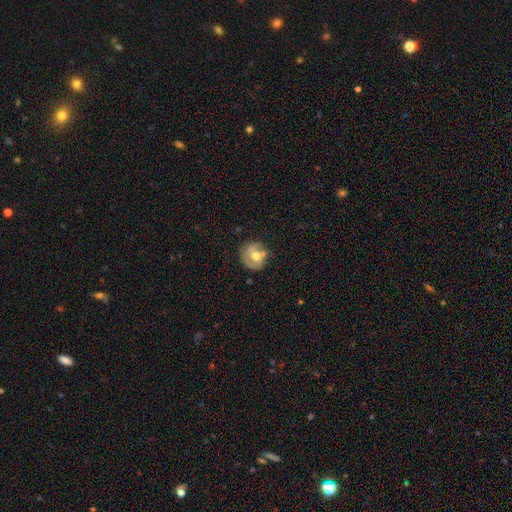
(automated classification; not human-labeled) smooth-or-featured: smooth: 53% | featured or disk: 39% | star or artifact: 8%
  how-rounded: round: 83% | in between: 16% | cigar-shaped: 1%
  merging: none: 62% | minor disturbance: 22% | merger: 9% | major disturbance: 7%